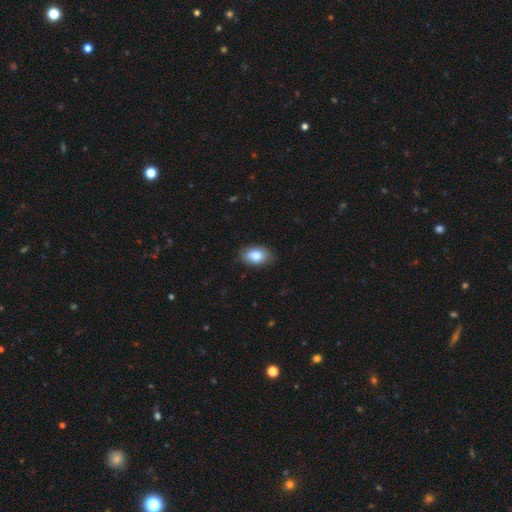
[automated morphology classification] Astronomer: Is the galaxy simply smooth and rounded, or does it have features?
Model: smooth — 85%.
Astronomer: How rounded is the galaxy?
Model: in between — 90%.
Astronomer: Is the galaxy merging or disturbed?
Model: none — 85%.